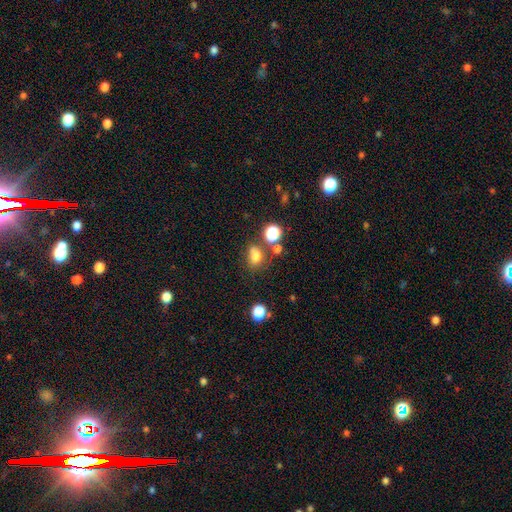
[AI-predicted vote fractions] smooth_or_featured: smooth (p=0.75) [alt: star or artifact p=0.17]
how_rounded: in between (p=0.62) [alt: round p=0.37]
merging: none (p=0.59) [alt: minor disturbance p=0.19]